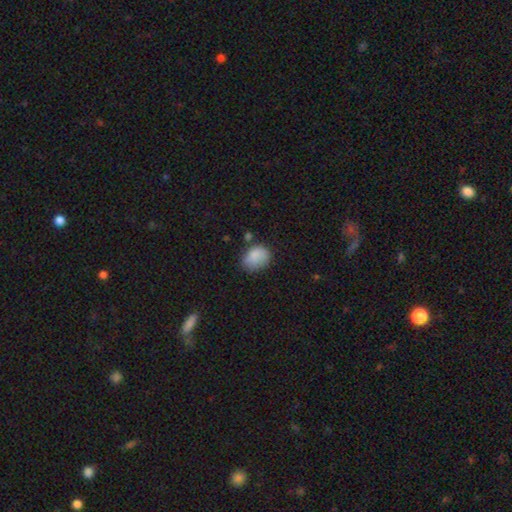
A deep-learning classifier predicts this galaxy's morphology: A smooth galaxy with no disk features (84%) that is in between round and cigar-shaped (63%). Merging: none (60%).